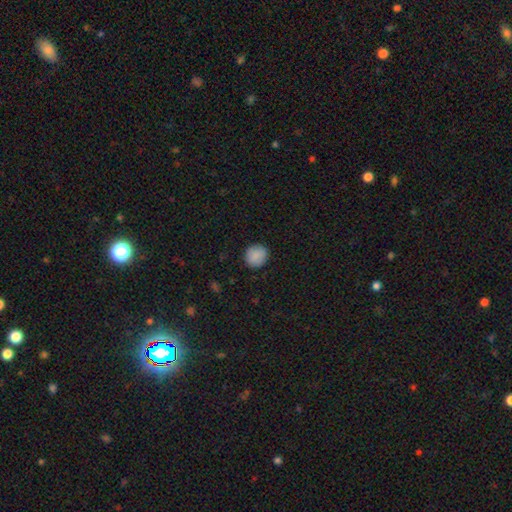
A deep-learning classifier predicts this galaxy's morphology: The model was most divided on "how rounded": round: 86%, in between: 13%, cigar-shaped: 1%. More confident: merging — none (89%); smooth or featured — smooth (88%).